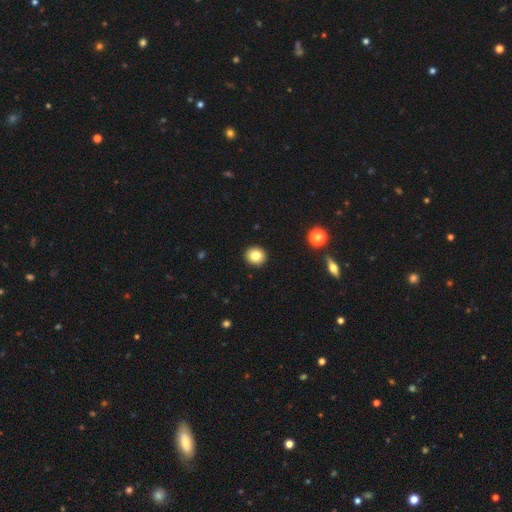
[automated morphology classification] A smooth galaxy with no disk features (82%) that is round (87%).

Vote fractions:
- Smooth or featured? smooth: 82% / star or artifact: 10% / featured or disk: 8%
- How rounded? round: 87% / in between: 12% / cigar-shaped: 1%
- Merging? none: 93% / minor disturbance: 5% / major disturbance: 1% / merger: 1%